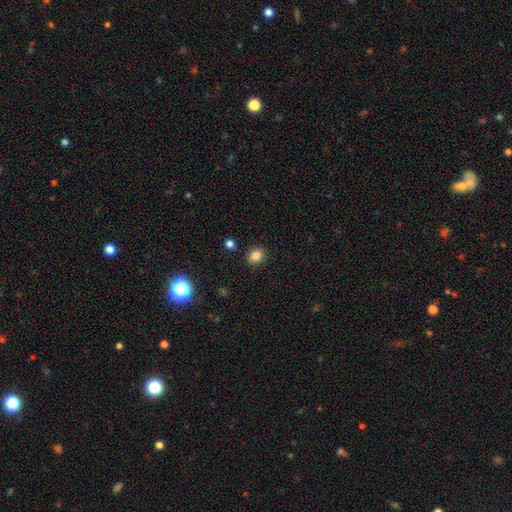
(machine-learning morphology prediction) smooth_or_featured: smooth (p=0.83) [alt: star or artifact p=0.12]
how_rounded: round (p=0.59) [alt: in between p=0.40]
merging: none (p=0.88) [alt: minor disturbance p=0.08]